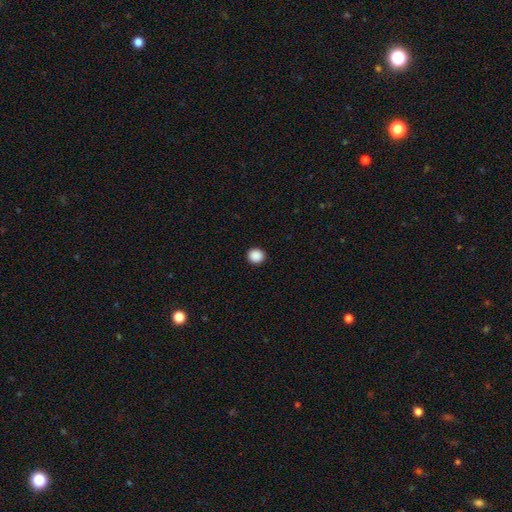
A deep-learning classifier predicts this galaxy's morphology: A smooth galaxy with no disk features (89%) that is round (86%). Merging: none (93%).